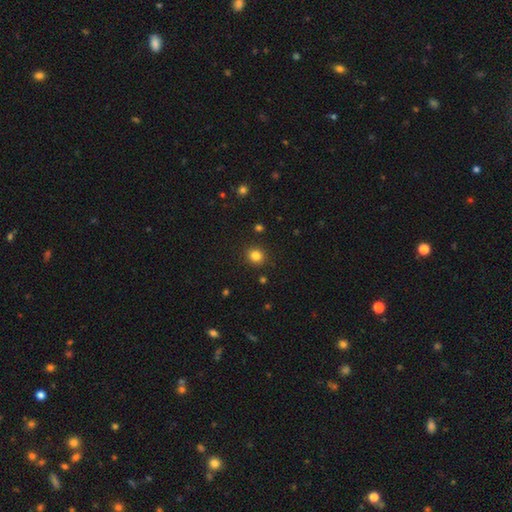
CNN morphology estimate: smooth 83%, star or artifact 12%, featured or disk 5%. Down the decision tree: how rounded — round (83%); merging — none (90%).